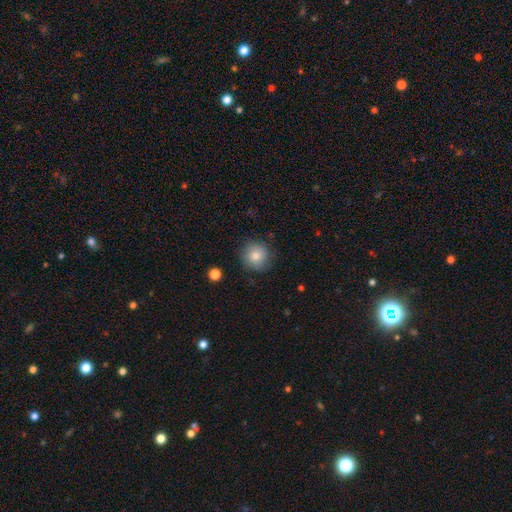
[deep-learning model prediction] A smooth galaxy with no disk features (81%) that is round (93%).

Vote fractions:
- Smooth or featured? smooth: 81% / featured or disk: 10% / star or artifact: 9%
- How rounded? round: 93% / in between: 6% / cigar-shaped: 1%
- Merging? none: 84% / minor disturbance: 12% / major disturbance: 3% / merger: 1%